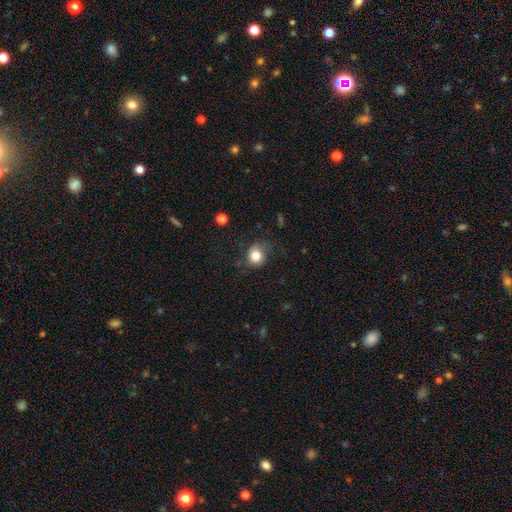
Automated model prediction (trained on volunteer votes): smooth-or-featured: smooth: 78% | featured or disk: 13% | star or artifact: 9%
  how-rounded: round: 74% | in between: 25% | cigar-shaped: 1%
  merging: none: 60% | minor disturbance: 25% | major disturbance: 13% | merger: 2%